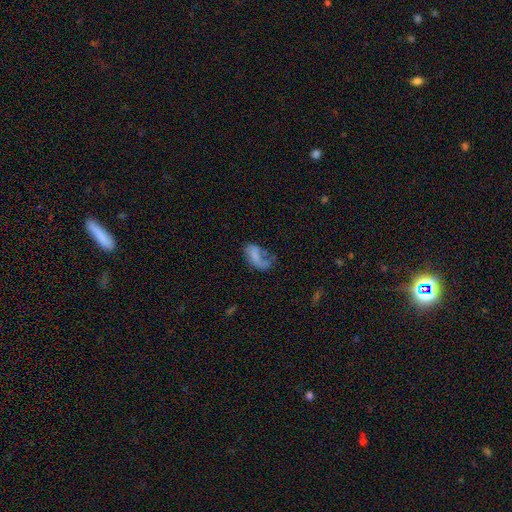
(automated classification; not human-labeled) A smooth galaxy with no disk features (56%) that is in between round and cigar-shaped (91%). Merging: major disturbance (40%).